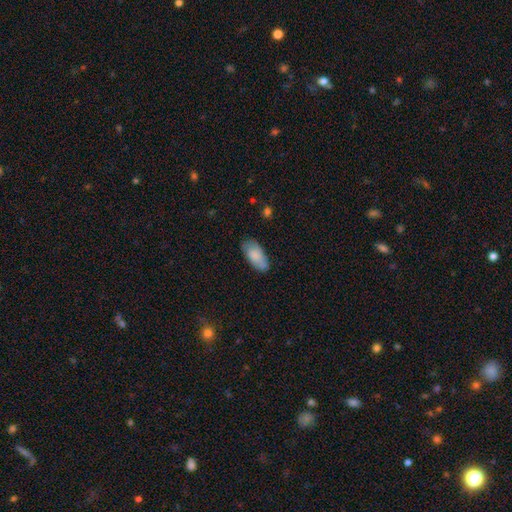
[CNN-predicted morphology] smooth 81%, featured or disk 13%, star or artifact 6%. Down the decision tree: how rounded — in between (91%); merging — none (69%).